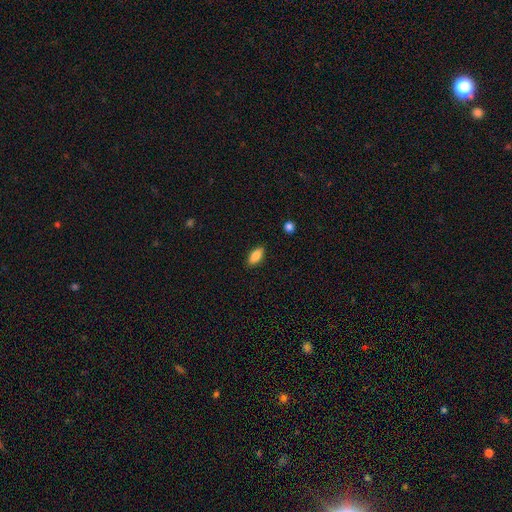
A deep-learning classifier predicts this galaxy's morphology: This is clearly a smooth galaxy (85%). How rounded: clearly in between (85%). Merging: clearly none (87%).